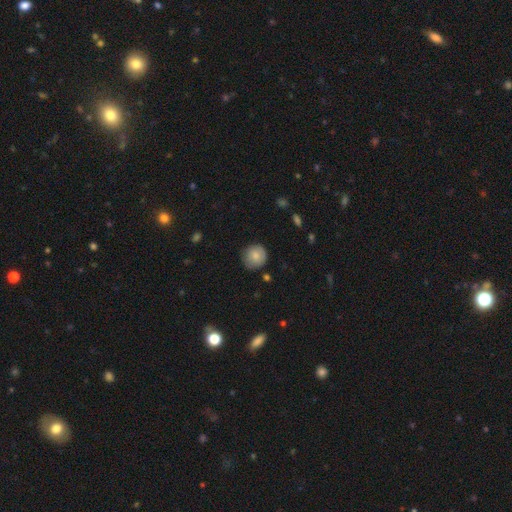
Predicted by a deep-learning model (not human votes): Overall: smooth (81%). How rounded: round (92%). Merging: none (81%).